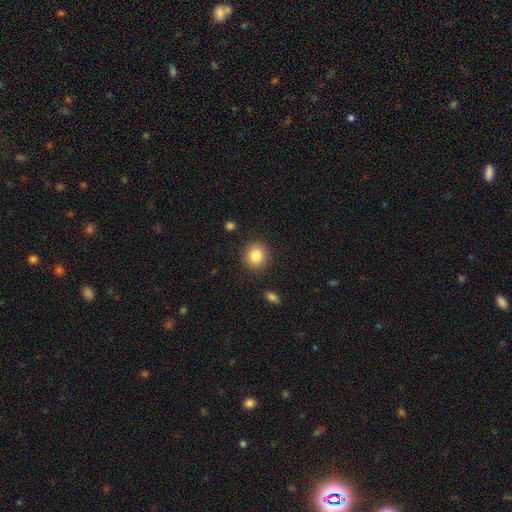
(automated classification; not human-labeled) This appears to be a smooth galaxy with no disk features (85%) that is round (86%). Merging: none (88%).